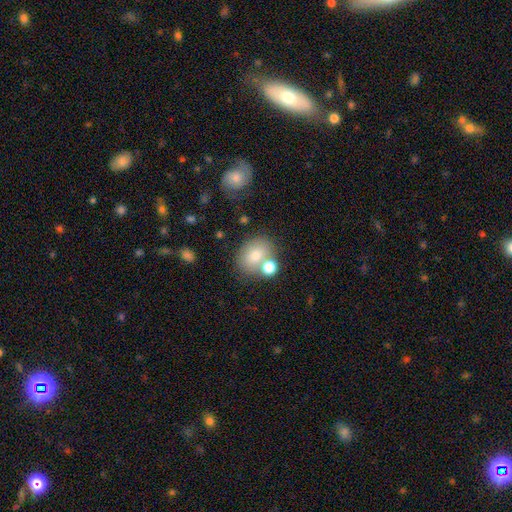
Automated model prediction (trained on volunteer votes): Overall: smooth (73%). How rounded: round (52%; in between 47%). Merging: none (55%; merger 27%).